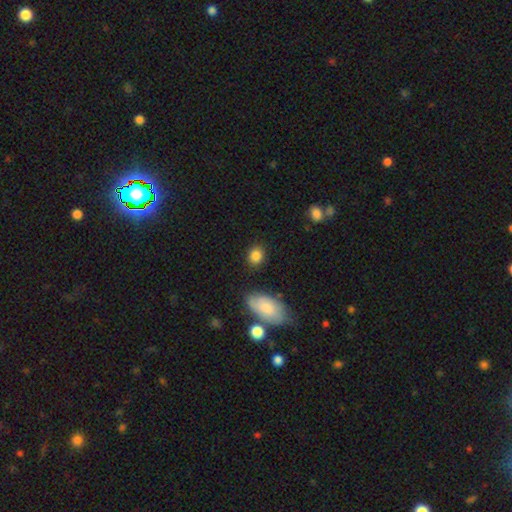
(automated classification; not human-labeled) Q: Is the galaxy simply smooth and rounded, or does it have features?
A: smooth — 85%.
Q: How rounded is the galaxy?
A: round — 58%.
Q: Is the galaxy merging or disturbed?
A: none — 84%.